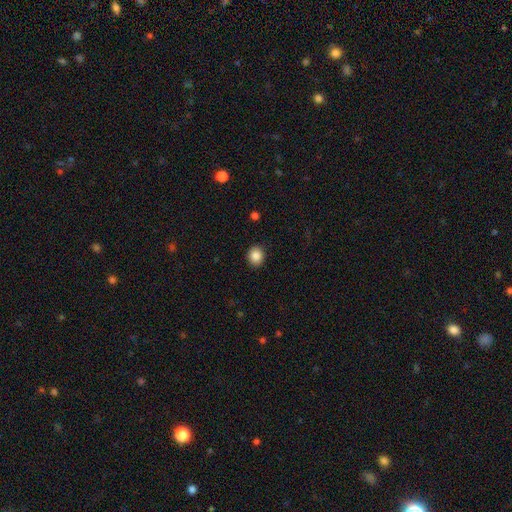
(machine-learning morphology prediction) This is clearly a smooth galaxy (86%). How rounded: likely round (69%). Merging: clearly none (91%).